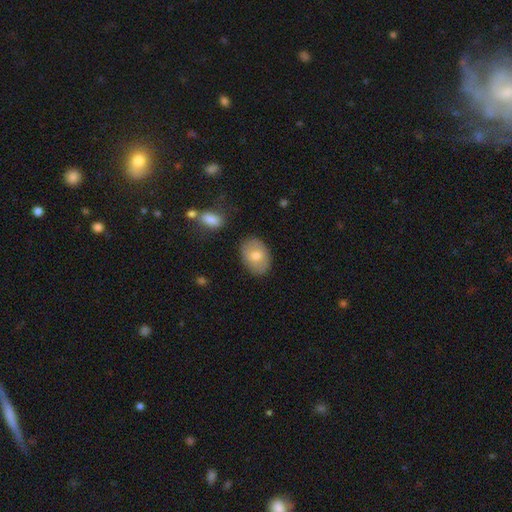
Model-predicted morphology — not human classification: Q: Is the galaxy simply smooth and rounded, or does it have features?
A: smooth — 72%.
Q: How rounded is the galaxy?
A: in between — 82%.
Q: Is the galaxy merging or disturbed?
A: none — 82%.